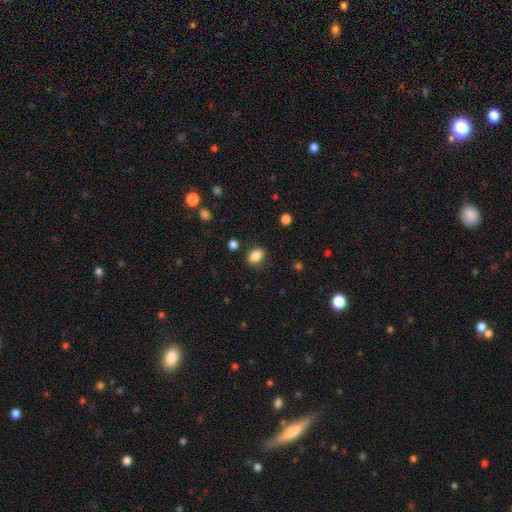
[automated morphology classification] Smooth or featured? smooth (85%)
How rounded? in between (77%)
Merging? none (85%)